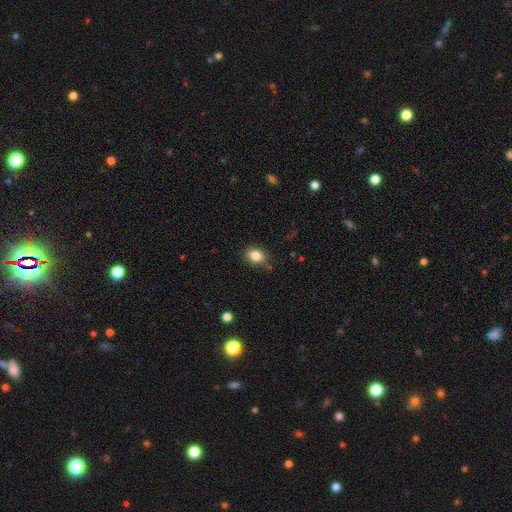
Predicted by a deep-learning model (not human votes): smooth-or-featured: smooth: 84% | star or artifact: 10% | featured or disk: 7%
  how-rounded: in between: 57% | round: 42% | cigar-shaped: 1%
  merging: none: 79% | minor disturbance: 16% | major disturbance: 3% | merger: 2%